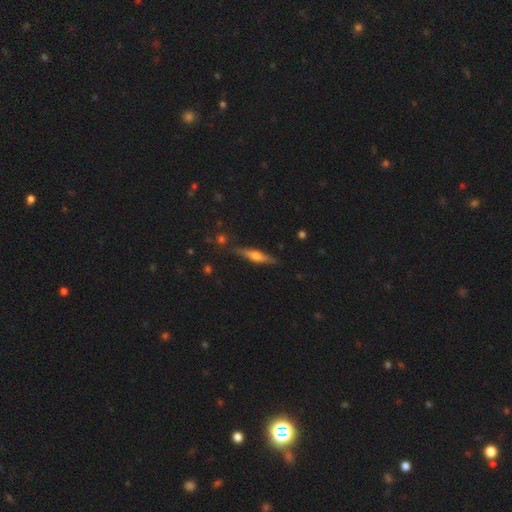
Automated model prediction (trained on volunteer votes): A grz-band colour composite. It shows a featured or disk galaxy (61%) viewed edge-on (95%) with a rounded central bulge (89%). Merging: none (86%).